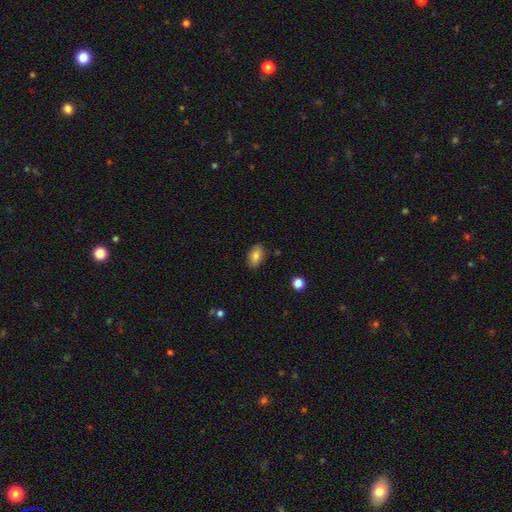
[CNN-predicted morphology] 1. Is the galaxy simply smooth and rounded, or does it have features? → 83% smooth, 9% featured or disk, 8% star or artifact.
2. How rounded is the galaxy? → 90% in between, 8% round, 2% cigar-shaped.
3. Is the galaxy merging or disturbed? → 86% none, 10% minor disturbance, 2% major disturbance, 1% merger.